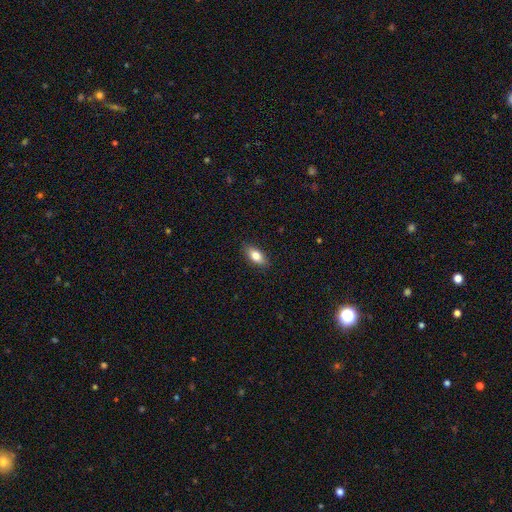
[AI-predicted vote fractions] This is clearly a smooth galaxy (80%). How rounded: clearly in between (86%). Merging: clearly none (88%).